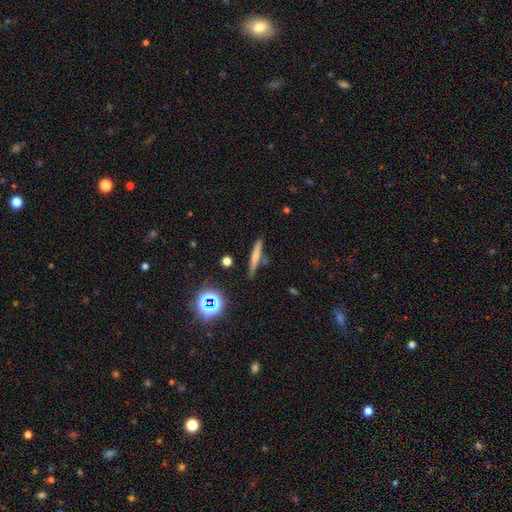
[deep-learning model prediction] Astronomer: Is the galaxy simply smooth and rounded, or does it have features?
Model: smooth — 57%.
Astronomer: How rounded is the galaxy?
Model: cigar-shaped — 90%.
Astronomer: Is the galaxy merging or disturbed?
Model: none — 77%.